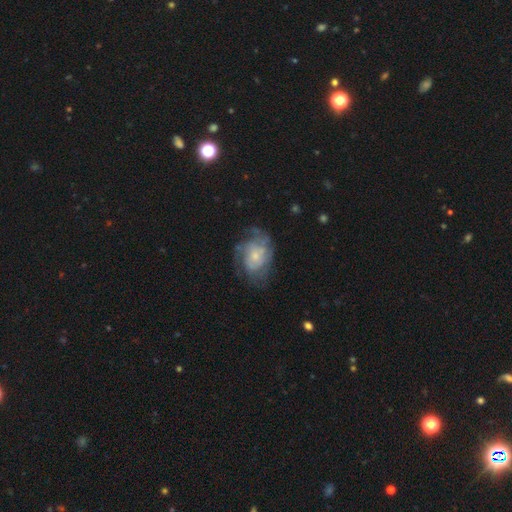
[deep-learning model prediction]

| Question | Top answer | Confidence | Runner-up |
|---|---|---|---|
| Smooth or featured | featured or disk | 63% | smooth (29%) |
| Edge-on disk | no | 97% | yes (3%) |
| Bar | no | 78% | weak (20%) |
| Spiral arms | yes | 73% | no (27%) |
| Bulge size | small | 57% | moderate (31%) |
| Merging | none | 53% | minor disturbance (25%) |